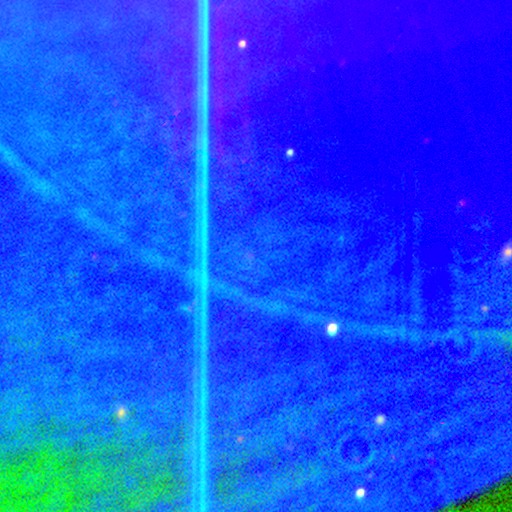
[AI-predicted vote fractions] Overall: star or artifact (90%).